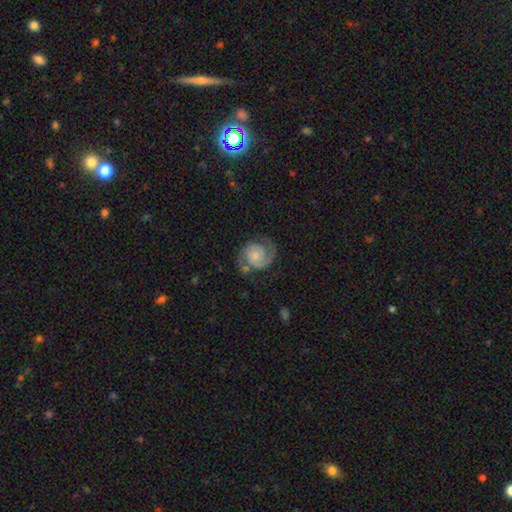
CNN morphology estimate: Q: Smooth or featured?
A: featured or disk (83%); runner-up: smooth (11%)
Q: Edge-on disk?
A: no (98%); runner-up: yes (2%)
Q: Bar?
A: no (70%); runner-up: weak (26%)
Q: Spiral arms?
A: yes (97%); runner-up: no (3%)
Q: Spiral winding?
A: tight (49%); runner-up: medium (40%)
Q: Spiral arm count?
A: 2 (77%); runner-up: 1 (14%)
Q: Bulge size?
A: small (46%); runner-up: moderate (31%)
Q: Merging?
A: none (66%); runner-up: minor disturbance (19%)